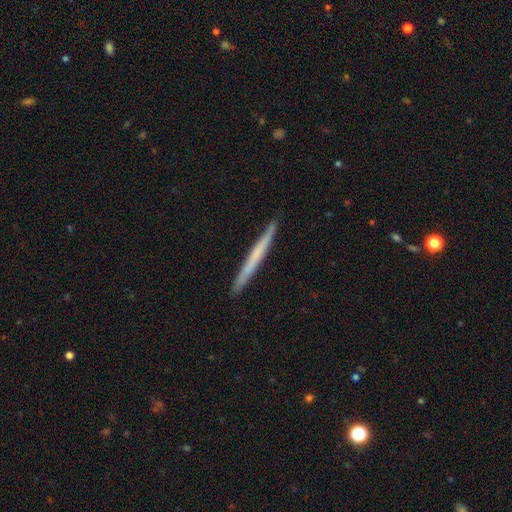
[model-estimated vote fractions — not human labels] Smooth or featured? Predicted: smooth (p=0.50). Merging? Predicted: none (p=0.92).